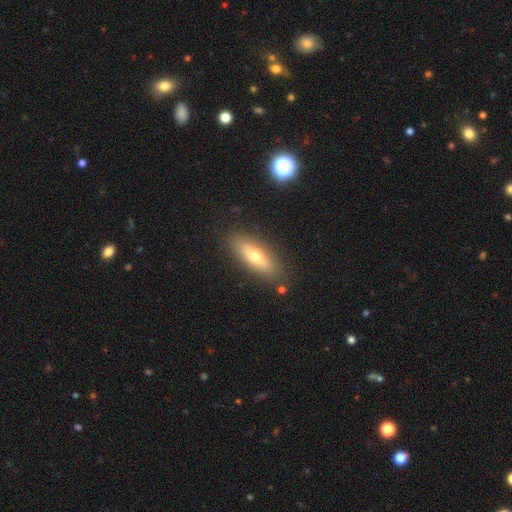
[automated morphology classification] Smooth or featured? Predicted: smooth (p=0.62). How rounded? Predicted: in between (p=0.49). Merging? Predicted: none (p=0.85).